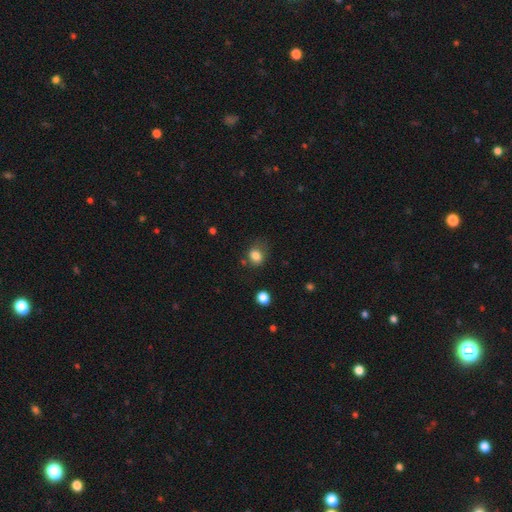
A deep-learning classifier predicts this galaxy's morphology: A smooth galaxy with no disk features (81%) that is in between round and cigar-shaped (50%).

Vote fractions:
- Smooth or featured? smooth: 81% / star or artifact: 11% / featured or disk: 8%
- How rounded? in between: 50% / round: 49% / cigar-shaped: 1%
- Merging? none: 58% / minor disturbance: 25% / major disturbance: 11% / merger: 5%